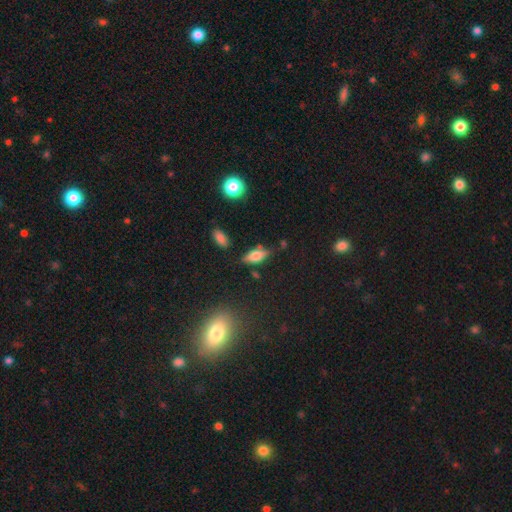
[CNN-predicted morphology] This appears to be a smooth galaxy with no disk features (67%) that is in between round and cigar-shaped (79%). Merging: none (72%).